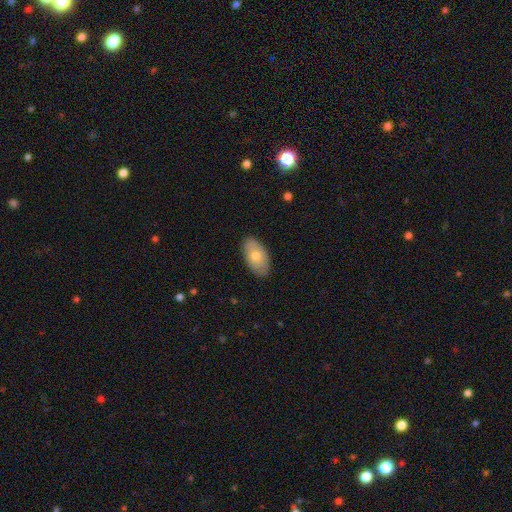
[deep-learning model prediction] Smooth or featured: smooth — 70% (featured or disk — 24%)
How rounded: in between — 93% (round — 4%)
Merging: none — 85% (minor disturbance — 11%)